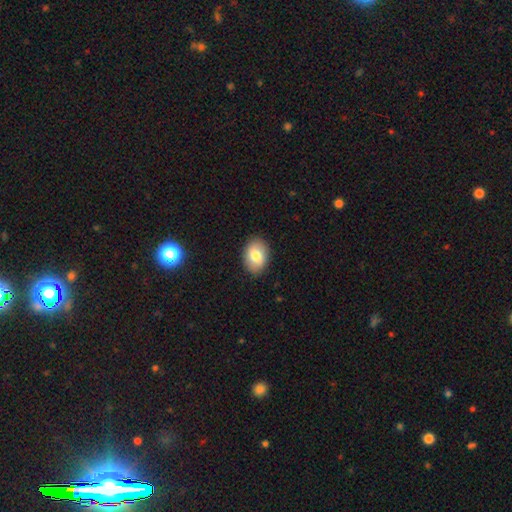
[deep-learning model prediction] Smooth or featured? Predicted: smooth (p=0.78). How rounded? Predicted: in between (p=0.79). Merging? Predicted: none (p=0.89).